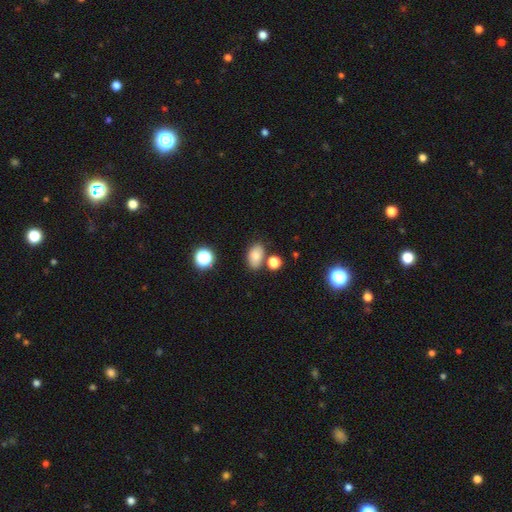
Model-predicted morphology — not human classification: A smooth galaxy with no disk features (82%) that is in between round and cigar-shaped (88%). Merging: none (71%).